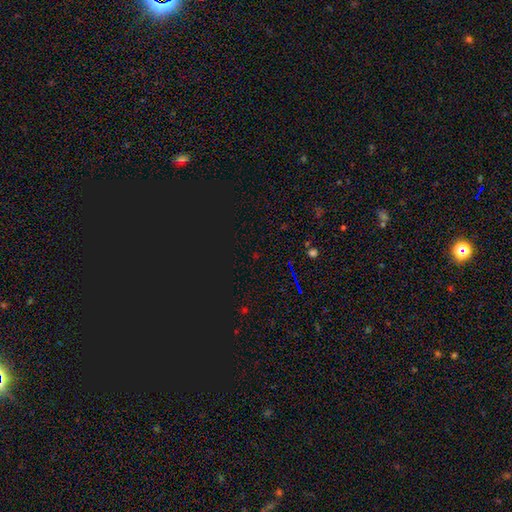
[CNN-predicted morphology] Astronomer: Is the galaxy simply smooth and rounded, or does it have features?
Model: star or artifact — 75%.